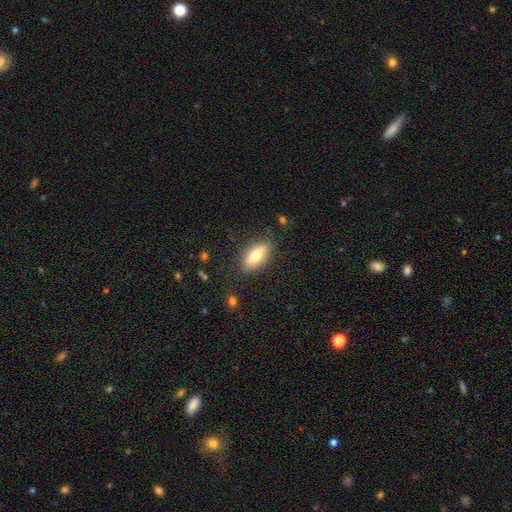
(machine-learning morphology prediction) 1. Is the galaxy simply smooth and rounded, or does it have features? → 68% smooth, 25% featured or disk, 7% star or artifact.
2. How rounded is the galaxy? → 81% in between, 15% cigar-shaped, 4% round.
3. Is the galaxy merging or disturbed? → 82% none, 13% minor disturbance, 4% major disturbance, 1% merger.